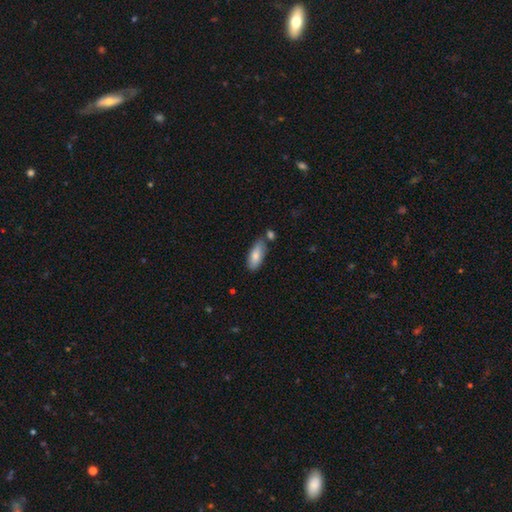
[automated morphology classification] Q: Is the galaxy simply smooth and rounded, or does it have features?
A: smooth — 79%.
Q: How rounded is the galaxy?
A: in between — 79%.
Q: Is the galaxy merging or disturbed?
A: none — 67%.